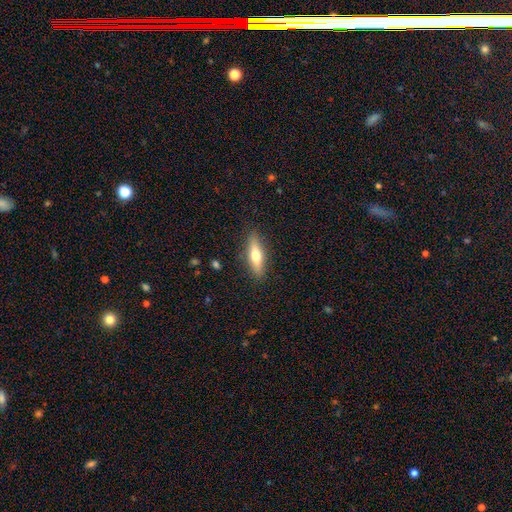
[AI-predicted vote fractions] Smooth or featured? Predicted: smooth (p=0.57). How rounded? Predicted: cigar-shaped (p=0.62). Merging? Predicted: none (p=0.88).